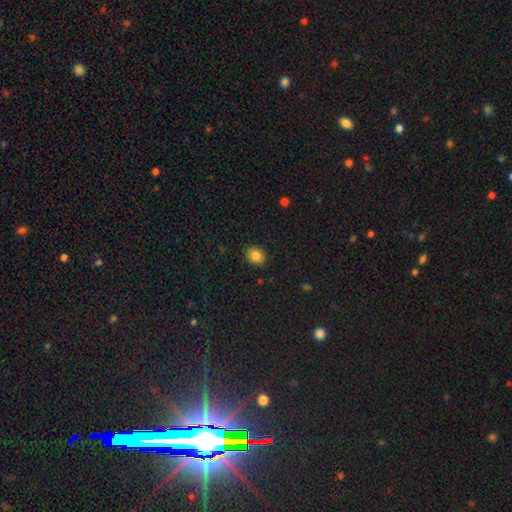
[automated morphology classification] Overall: smooth (85%). How rounded: round (59%; in between 41%). Merging: none (89%).